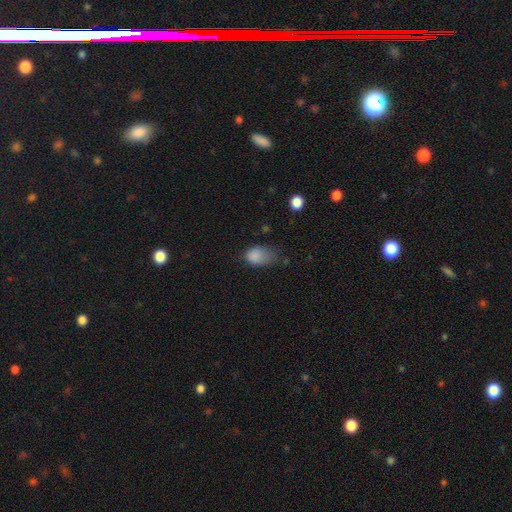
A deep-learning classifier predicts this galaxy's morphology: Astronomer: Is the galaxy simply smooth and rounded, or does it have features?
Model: smooth — 82%.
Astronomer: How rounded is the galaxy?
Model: in between — 78%.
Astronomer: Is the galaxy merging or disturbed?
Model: minor disturbance — 42% (runner-up: none, 28%).